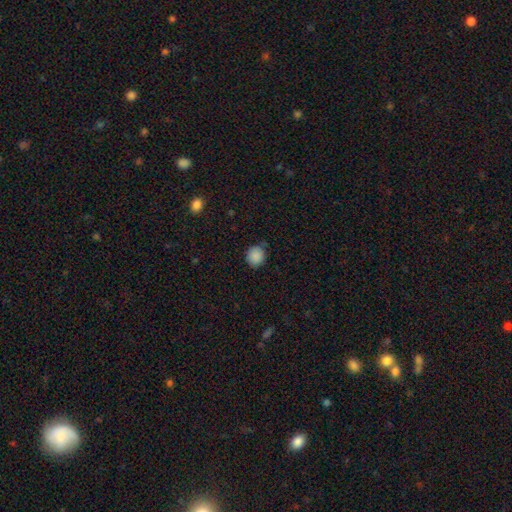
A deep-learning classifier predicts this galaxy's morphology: smooth 87%, star or artifact 9%, featured or disk 4%. Down the decision tree: how rounded — round (80%); merging — none (79%).